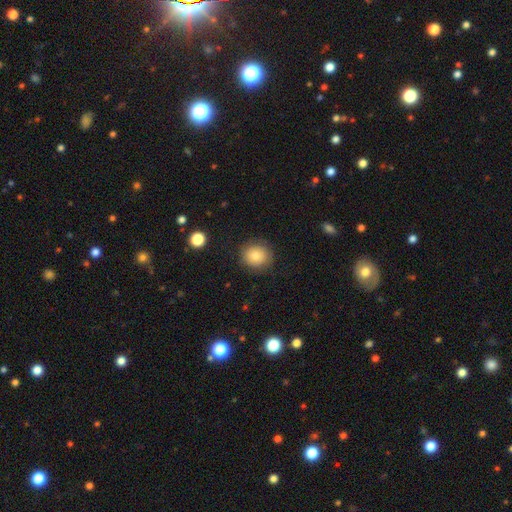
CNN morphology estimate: smooth 81%, featured or disk 10%, star or artifact 9%. Down the decision tree: how rounded — round (84%); merging — none (84%).